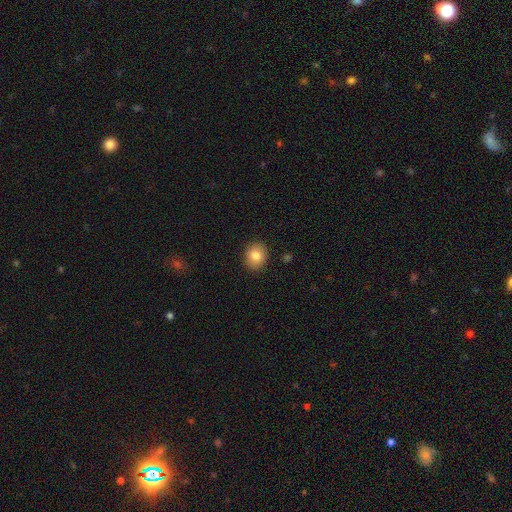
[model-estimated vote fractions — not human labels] smooth-or-featured: smooth: 82% | featured or disk: 9% | star or artifact: 9%
  how-rounded: round: 61% | in between: 38% | cigar-shaped: 1%
  merging: none: 89% | minor disturbance: 8% | major disturbance: 2% | merger: 1%